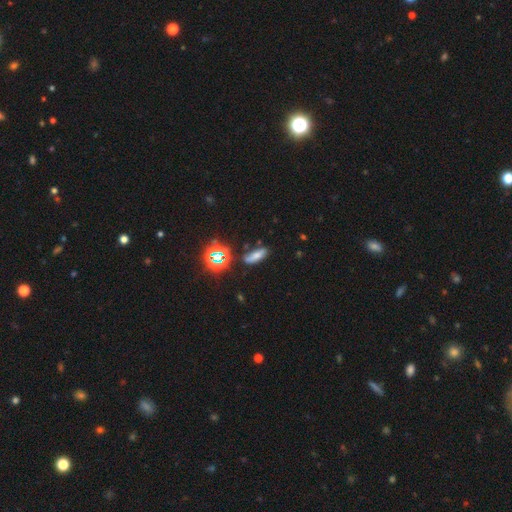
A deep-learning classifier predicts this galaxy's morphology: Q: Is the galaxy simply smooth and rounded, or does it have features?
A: smooth — 60%.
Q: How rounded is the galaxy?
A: in between — 55%.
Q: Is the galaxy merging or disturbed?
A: none — 71%.